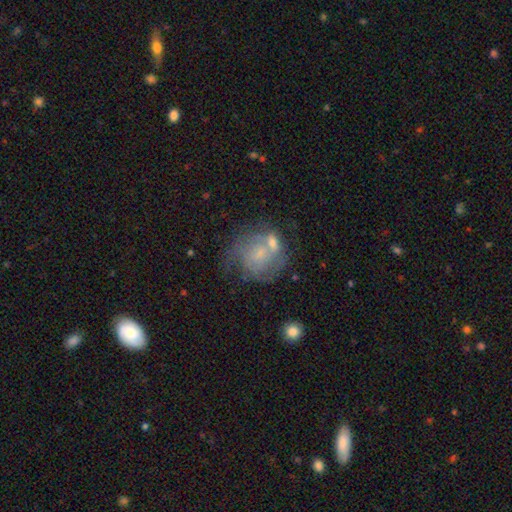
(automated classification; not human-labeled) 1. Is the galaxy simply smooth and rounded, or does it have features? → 60% featured or disk, 30% smooth, 10% star or artifact.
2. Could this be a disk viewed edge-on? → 98% no, 2% yes.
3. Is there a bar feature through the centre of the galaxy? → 71% no, 24% weak, 4% strong.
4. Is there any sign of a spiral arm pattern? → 70% yes, 30% no.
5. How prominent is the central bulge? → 48% small, 25% none, 22% moderate, 4% large, 2% dominant.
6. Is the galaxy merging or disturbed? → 41% none, 20% minor disturbance, 19% merger, 19% major disturbance.